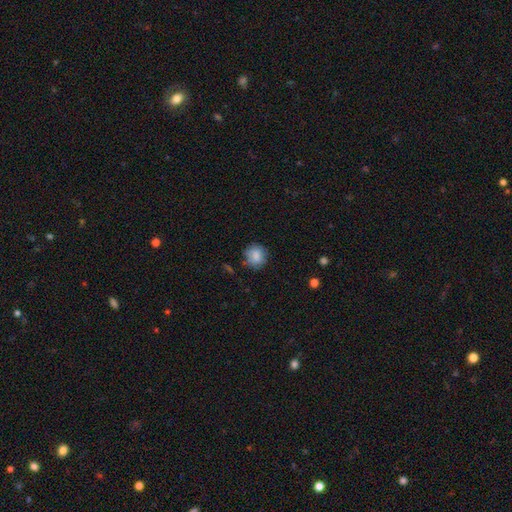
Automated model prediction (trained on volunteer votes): smooth-or-featured: smooth: 82% | featured or disk: 9% | star or artifact: 8%
  how-rounded: round: 83% | in between: 16% | cigar-shaped: 1%
  merging: none: 76% | minor disturbance: 17% | major disturbance: 5% | merger: 2%